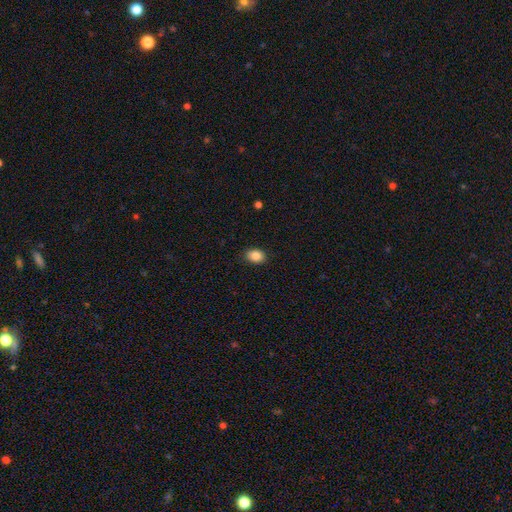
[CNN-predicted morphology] smooth 86%, star or artifact 9%, featured or disk 5%. Down the decision tree: how rounded — in between (73%); merging — none (88%).